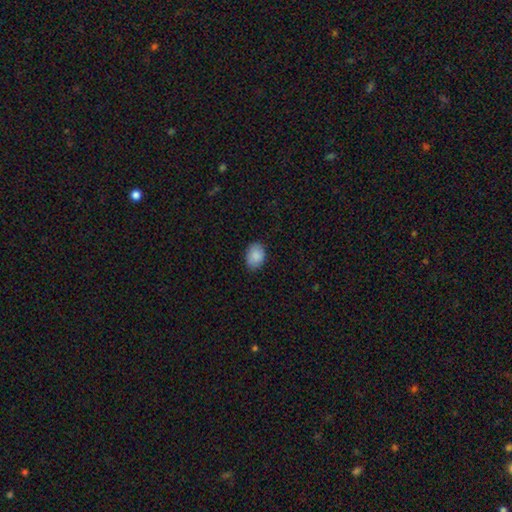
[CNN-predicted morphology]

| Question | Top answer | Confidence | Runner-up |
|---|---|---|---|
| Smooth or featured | smooth | 88% | star or artifact (7%) |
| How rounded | in between | 78% | round (21%) |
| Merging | none | 84% | minor disturbance (13%) |